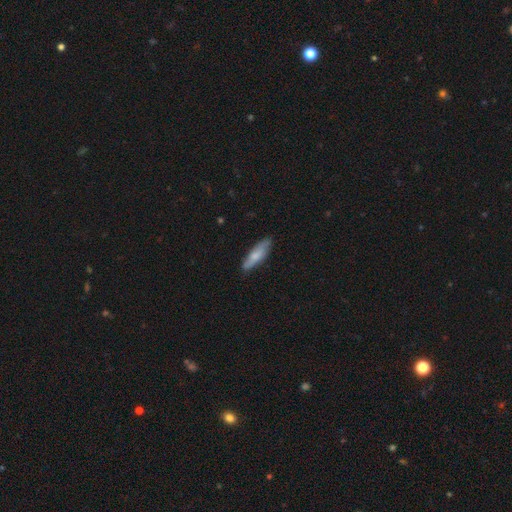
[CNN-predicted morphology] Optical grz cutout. It shows a smooth galaxy with no disk features (69%) that is cigar-shaped (62%). Merging: none (80%).